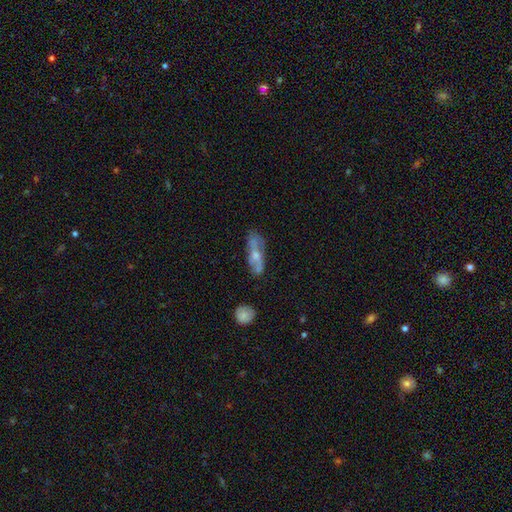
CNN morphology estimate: type=featured or disk (47%); merging=none (58%).